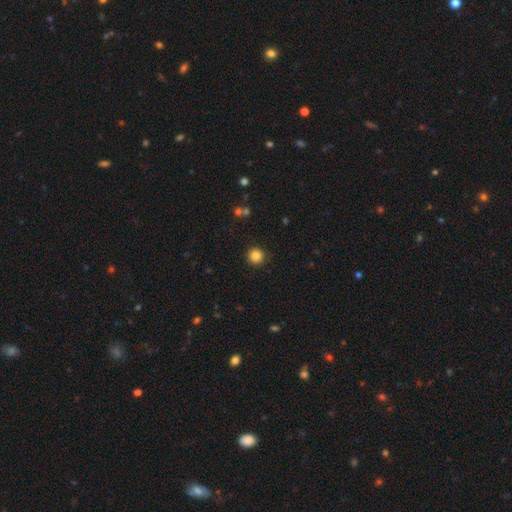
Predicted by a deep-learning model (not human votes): smooth_or_featured: smooth (p=0.85) [alt: star or artifact p=0.11]
how_rounded: round (p=0.95) [alt: in between p=0.04]
merging: none (p=0.91) [alt: minor disturbance p=0.06]